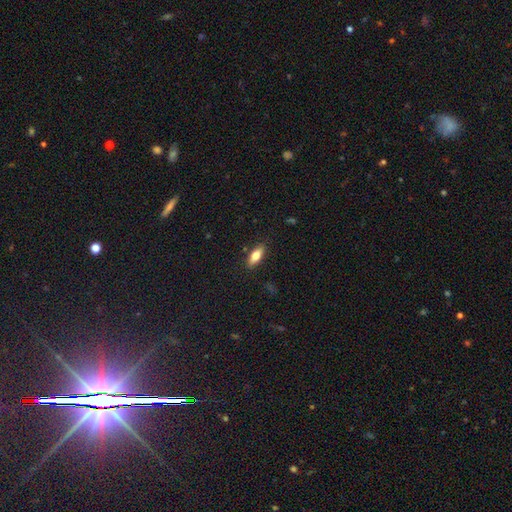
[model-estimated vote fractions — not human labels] This appears to be a smooth galaxy with no disk features (71%) that is in between round and cigar-shaped (73%). Merging: none (88%).